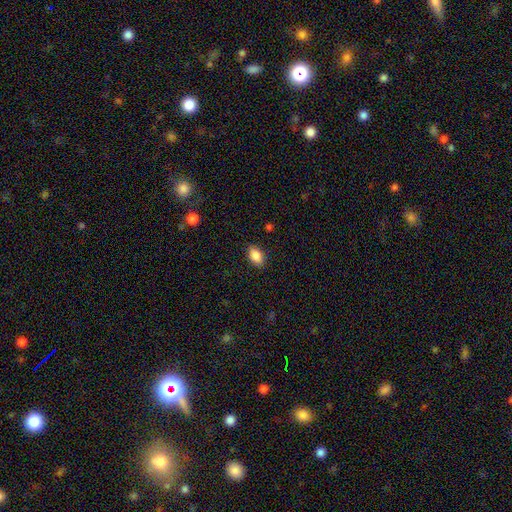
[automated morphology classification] smooth_or_featured: smooth (p=0.87) [alt: star or artifact p=0.08]
how_rounded: in between (p=0.91) [alt: round p=0.07]
merging: none (p=0.87) [alt: minor disturbance p=0.09]